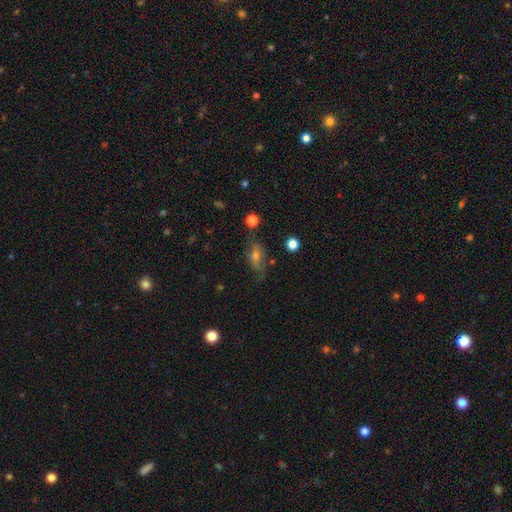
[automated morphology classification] This appears to be a smooth galaxy with no disk features (43%). Merging: none (58%).